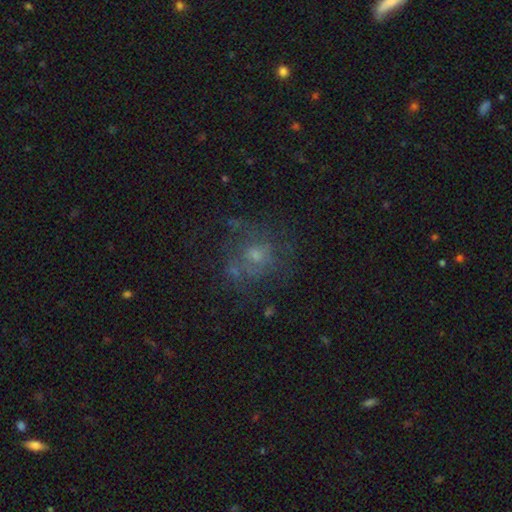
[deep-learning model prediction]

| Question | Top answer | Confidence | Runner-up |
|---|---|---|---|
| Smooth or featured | featured or disk | 44% | smooth (38%) |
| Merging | none | 56% | major disturbance (20%) |